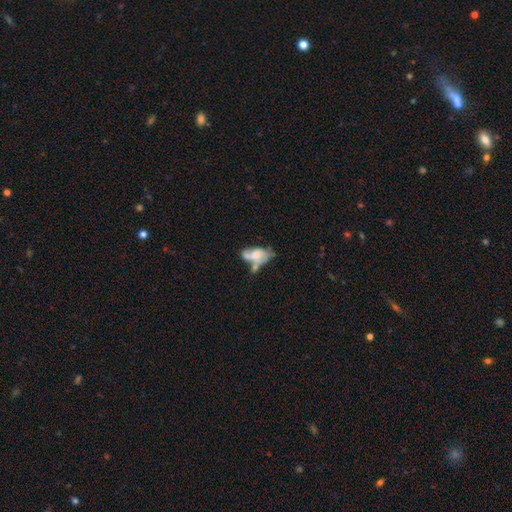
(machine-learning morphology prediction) Q: Smooth or featured?
A: smooth (51%); runner-up: featured or disk (40%)
Q: How rounded?
A: in between (88%); runner-up: round (7%)
Q: Merging?
A: merger (42%); runner-up: none (21%)